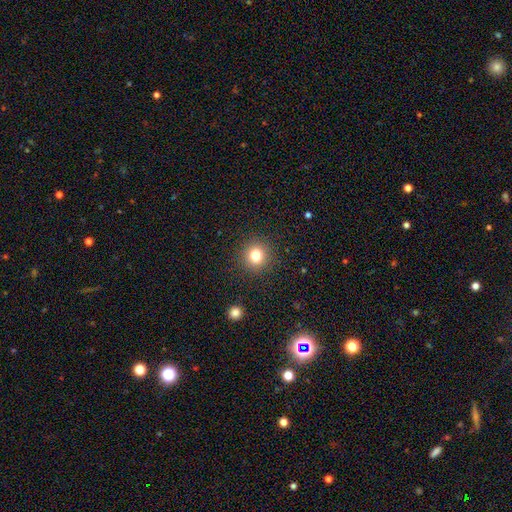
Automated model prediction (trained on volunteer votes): smooth_or_featured: smooth (p=0.79) [alt: star or artifact p=0.13]
how_rounded: round (p=0.92) [alt: in between p=0.07]
merging: none (p=0.90) [alt: minor disturbance p=0.06]